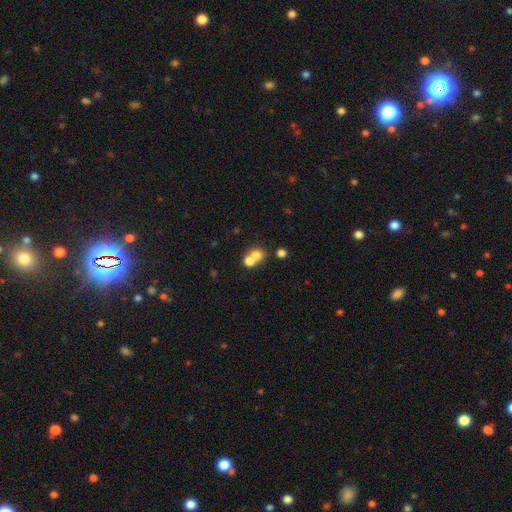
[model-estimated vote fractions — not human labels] Smooth or featured? smooth (73%)
How rounded? round (73%)
Merging? merger (59%)